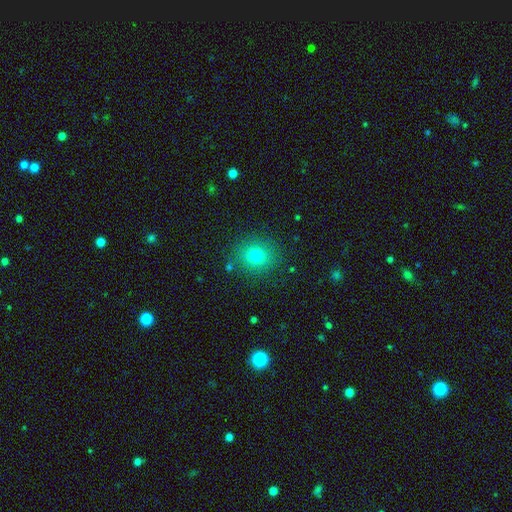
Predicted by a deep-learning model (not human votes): Smooth or featured: smooth — 75% (star or artifact — 15%)
How rounded: round — 82% (in between — 17%)
Merging: none — 87% (minor disturbance — 8%)